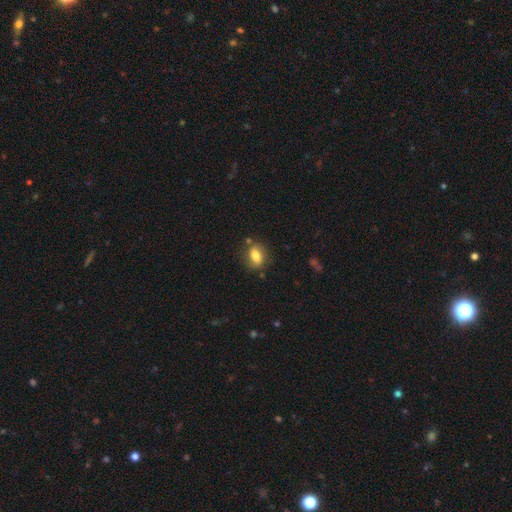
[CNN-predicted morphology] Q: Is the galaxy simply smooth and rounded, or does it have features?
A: smooth — 78%.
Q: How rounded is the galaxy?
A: in between — 77%.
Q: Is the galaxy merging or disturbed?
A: none — 74%.